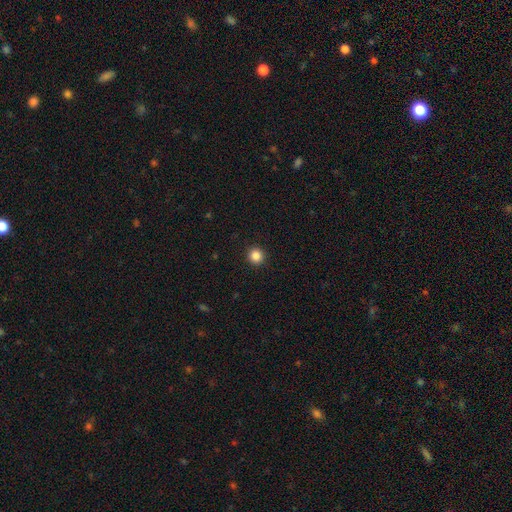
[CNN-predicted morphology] type=smooth (86%); roundness=round (95%); merging=none (93%).